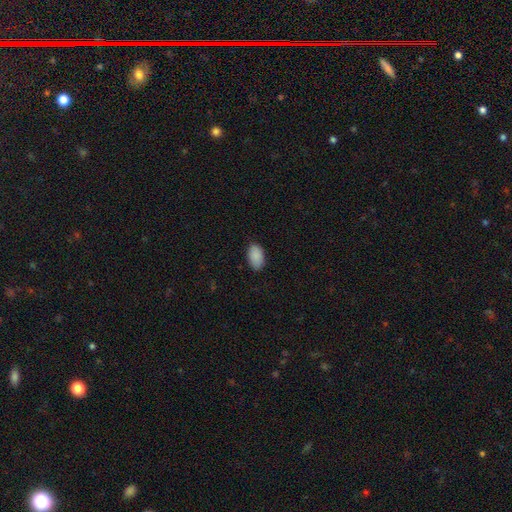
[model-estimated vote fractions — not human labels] Smooth or featured? smooth (90%)
How rounded? in between (94%)
Merging? none (85%)